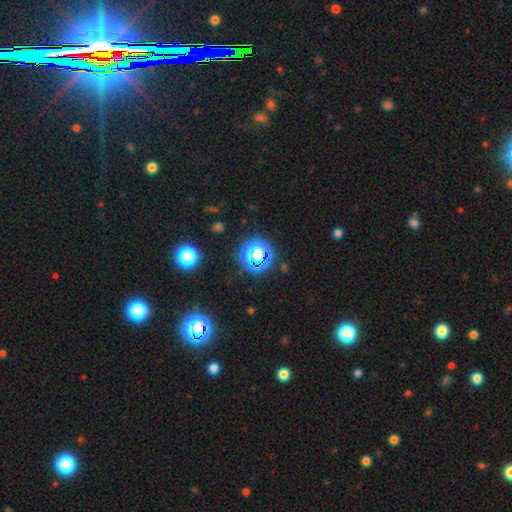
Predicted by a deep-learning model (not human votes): star or artifact 70%, smooth 20%, featured or disk 9%.